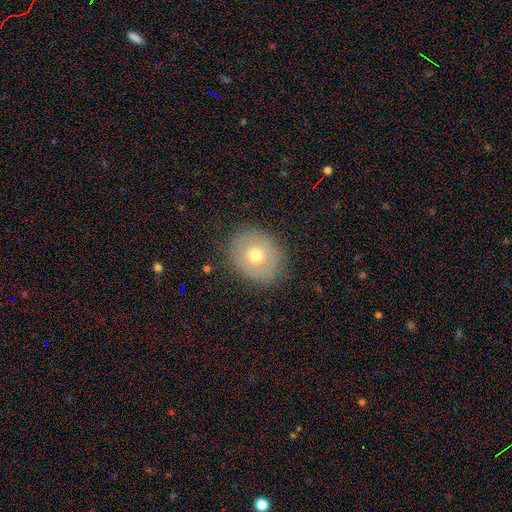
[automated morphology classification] Q: Smooth or featured?
A: smooth (61%); runner-up: featured or disk (30%)
Q: How rounded?
A: round (68%); runner-up: in between (31%)
Q: Merging?
A: none (82%); runner-up: minor disturbance (12%)